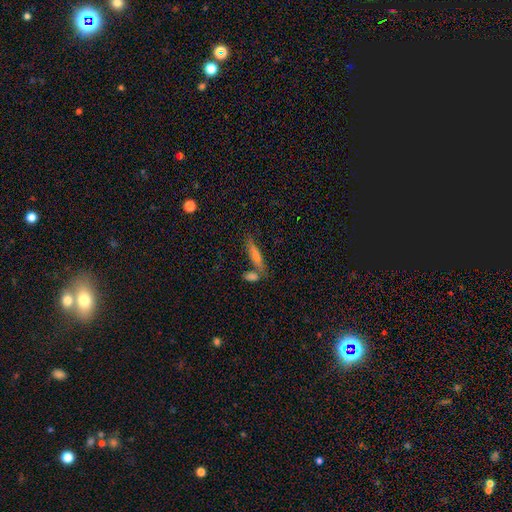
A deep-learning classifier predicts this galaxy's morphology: The model was most divided on "smooth or featured": smooth: 49%, featured or disk: 39%, star or artifact: 13%. More confident: merging — none (67%).